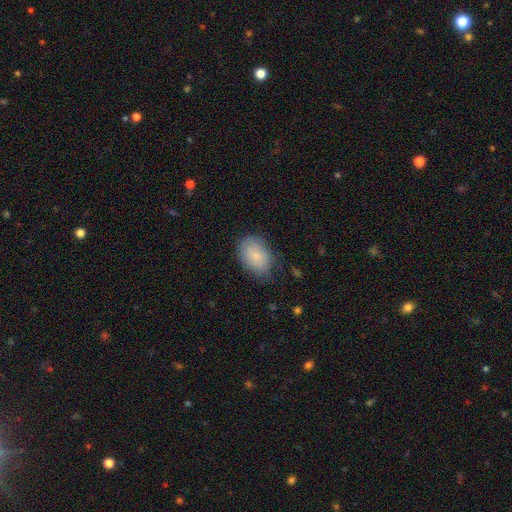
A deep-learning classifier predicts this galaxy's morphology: type=smooth (82%); roundness=in between (84%); merging=none (73%).